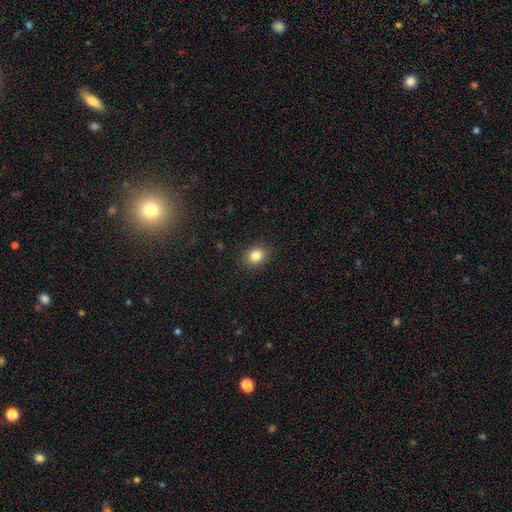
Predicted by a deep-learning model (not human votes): Q: Smooth or featured?
A: smooth (83%); runner-up: star or artifact (11%)
Q: How rounded?
A: round (59%); runner-up: in between (40%)
Q: Merging?
A: none (89%); runner-up: minor disturbance (8%)